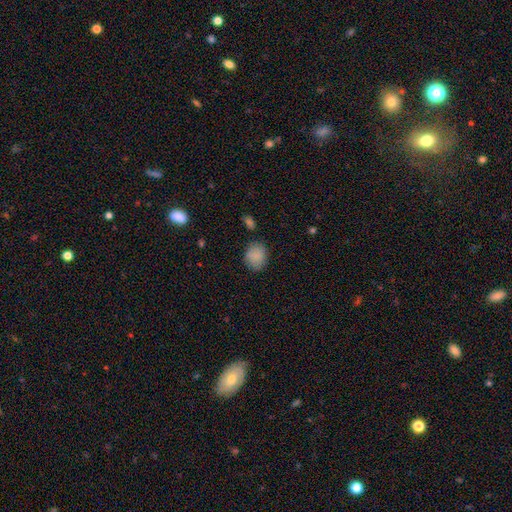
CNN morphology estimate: A smooth galaxy with no disk features (85%) that is round (65%).

Vote fractions:
- Smooth or featured? smooth: 85% / star or artifact: 8% / featured or disk: 6%
- How rounded? round: 65% / in between: 34% / cigar-shaped: 1%
- Merging? none: 77% / minor disturbance: 16% / major disturbance: 4% / merger: 3%